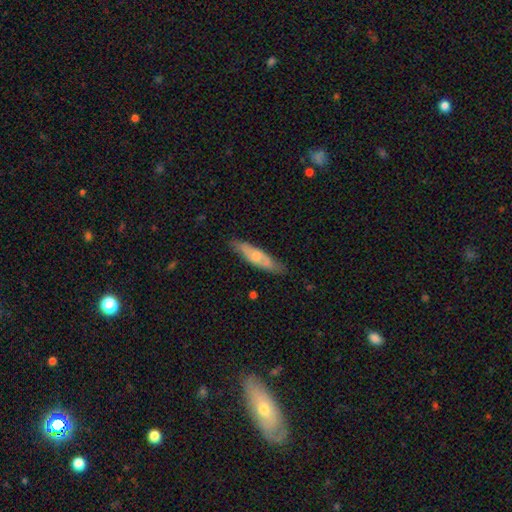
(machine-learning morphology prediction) The model was most divided on "smooth or featured": smooth: 56%, featured or disk: 38%, star or artifact: 6%. More confident: merging — none (75%); how rounded — cigar-shaped (72%).